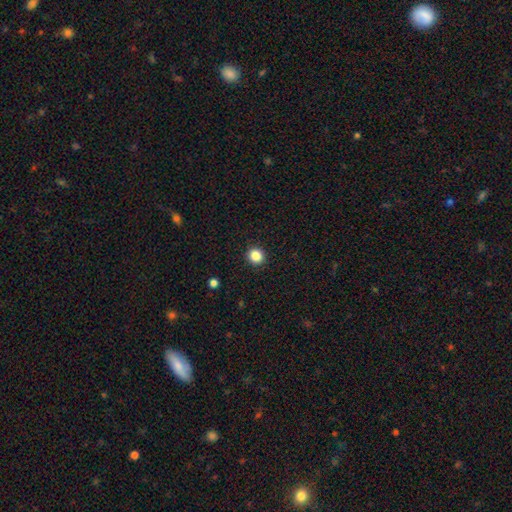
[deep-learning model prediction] Overall: smooth (85%). How rounded: round (93%). Merging: none (93%).